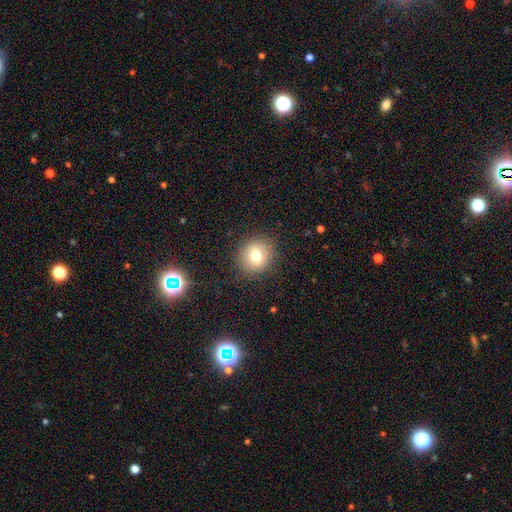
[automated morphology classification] smooth-or-featured: smooth: 72% | featured or disk: 16% | star or artifact: 12%
  how-rounded: round: 84% | in between: 15% | cigar-shaped: 1%
  merging: none: 88% | minor disturbance: 8% | major disturbance: 3% | merger: 1%